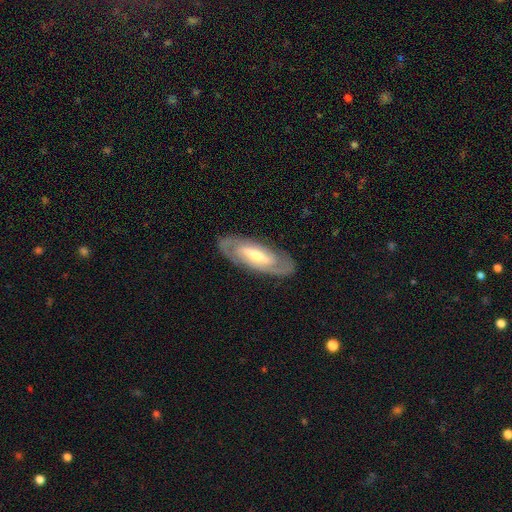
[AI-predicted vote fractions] Smooth or featured? Predicted: featured or disk (p=0.78). Edge-on disk? Predicted: no (p=0.87). Bar? Predicted: weak (p=0.38). Spiral arms? Predicted: yes (p=0.83). Spiral winding? Predicted: tight (p=0.51). Spiral arm count? Predicted: 2 (p=0.76). Bulge size? Predicted: moderate (p=0.57). Merging? Predicted: none (p=0.85).